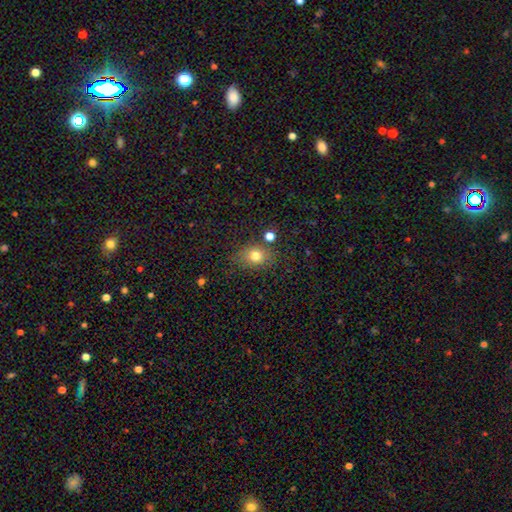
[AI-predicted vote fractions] A smooth galaxy with no disk features (76%) that is round (51%).

Vote fractions:
- Smooth or featured? smooth: 76% / star or artifact: 14% / featured or disk: 10%
- How rounded? round: 51% / in between: 47% / cigar-shaped: 1%
- Merging? none: 76% / minor disturbance: 14% / merger: 5% / major disturbance: 5%